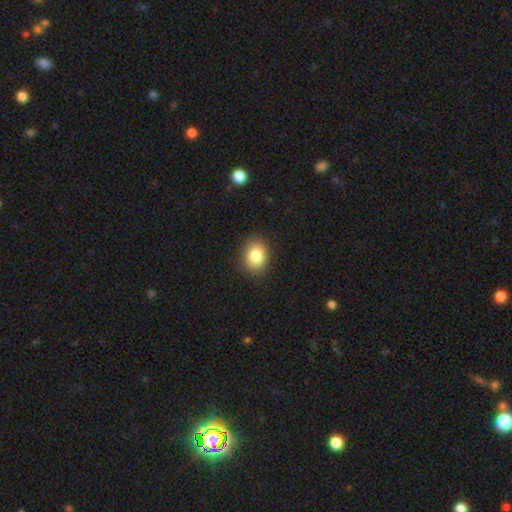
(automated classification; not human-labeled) Smooth or featured?
  - smooth: 85% *
  - star or artifact: 9%
  - featured or disk: 6%
How rounded?
  - in between: 56% *
  - round: 43%
  - cigar-shaped: 1%
Merging?
  - none: 88% *
  - minor disturbance: 9%
  - major disturbance: 2%
  - merger: 1%